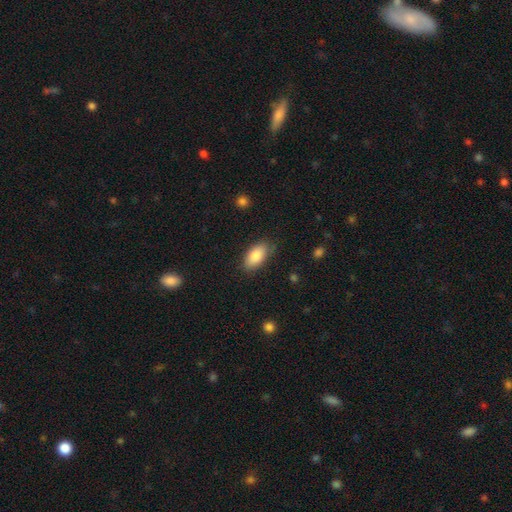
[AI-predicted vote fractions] A smooth galaxy with no disk features (86%) that is in between round and cigar-shaped (92%). Merging: none (81%).